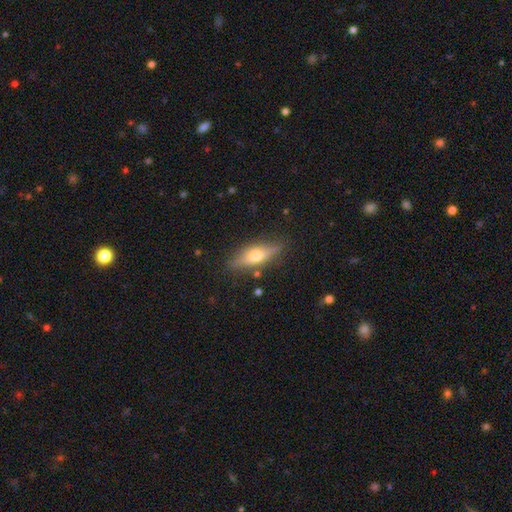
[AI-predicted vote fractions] A featured or disk galaxy (60%) viewed edge-on (92%) with a rounded central bulge (93%).

Vote fractions:
- Smooth or featured? featured or disk: 60% / smooth: 33% / star or artifact: 8%
- Edge-on disk? yes: 92% / no: 8%
- Edge-on bulge? rounded: 93% / boxy: 4% / none: 3%
- Merging? none: 86% / minor disturbance: 10% / major disturbance: 3% / merger: 2%